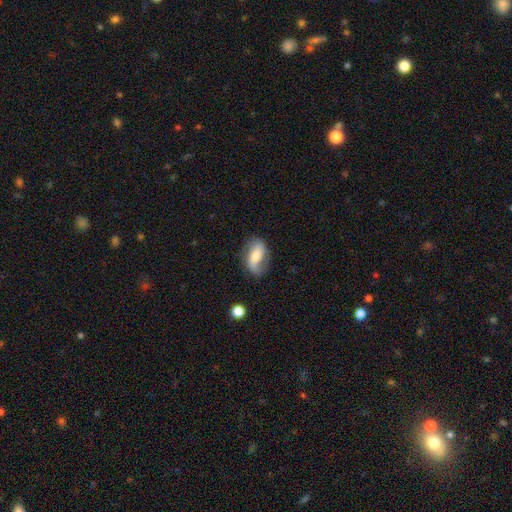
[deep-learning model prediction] smooth_or_featured: featured or disk (p=0.48) [alt: smooth p=0.44]
merging: none (p=0.67) [alt: minor disturbance p=0.22]